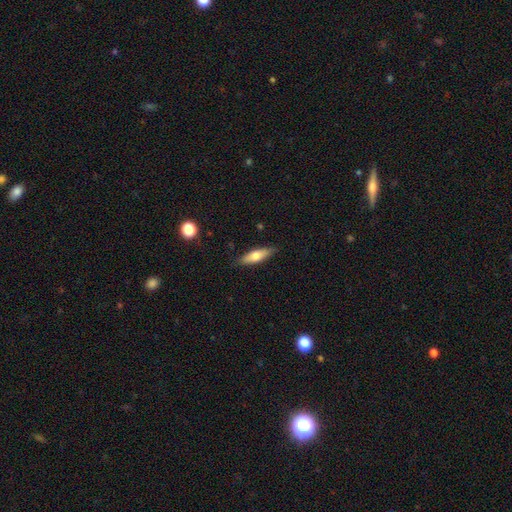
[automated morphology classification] Overall: smooth (64%; featured or disk 30%). How rounded: cigar-shaped (56%; in between 42%). Merging: none (84%).